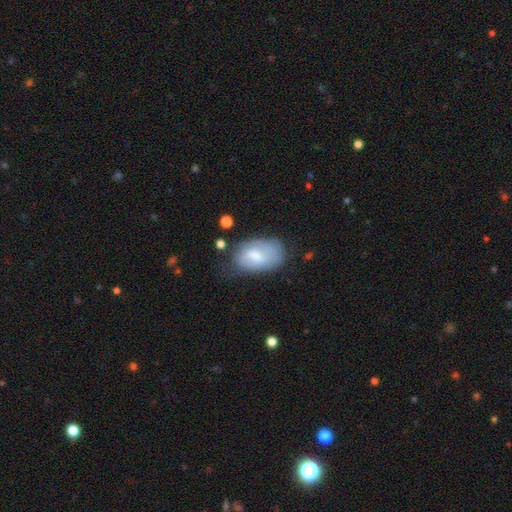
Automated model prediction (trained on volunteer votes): Smooth or featured? smooth (53%)
How rounded? in between (90%)
Merging? none (55%)